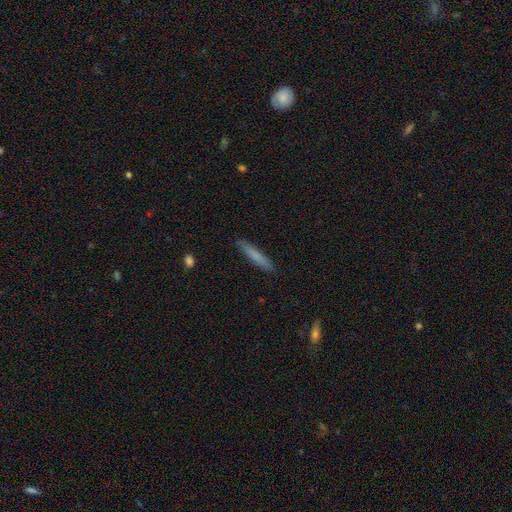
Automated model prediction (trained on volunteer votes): smooth-or-featured: smooth: 75% | featured or disk: 18% | star or artifact: 6%
  how-rounded: cigar-shaped: 93% | in between: 5% | round: 1%
  merging: none: 89% | minor disturbance: 8% | major disturbance: 2% | merger: 1%